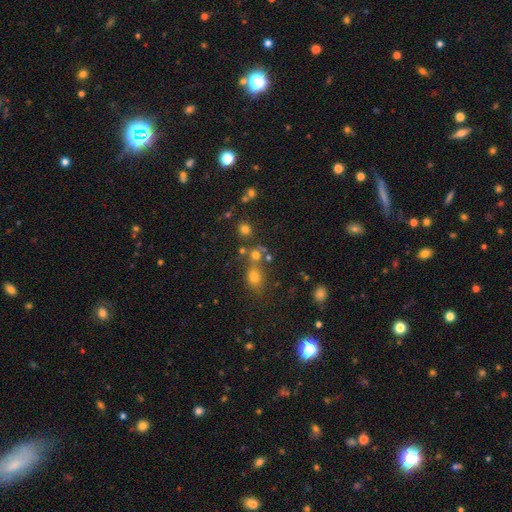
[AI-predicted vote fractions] smooth 58%, star or artifact 31%, featured or disk 11%. Down the decision tree: how rounded — round (73%); merging — none (63%).